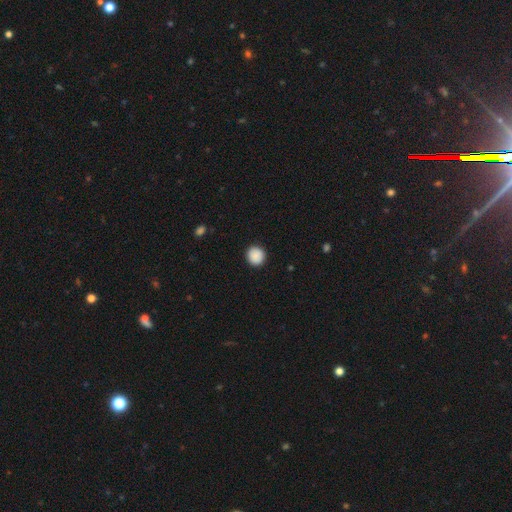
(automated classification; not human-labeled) Overall: smooth (89%). How rounded: round (92%). Merging: none (91%).